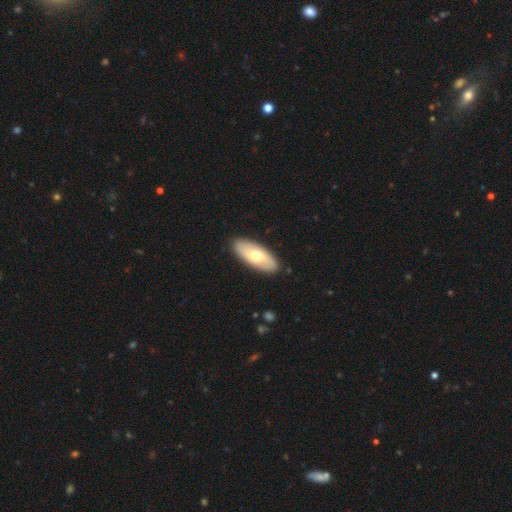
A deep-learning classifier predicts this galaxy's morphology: smooth 59%, featured or disk 36%, star or artifact 5%. Down the decision tree: how rounded — in between (84%); merging — none (89%).